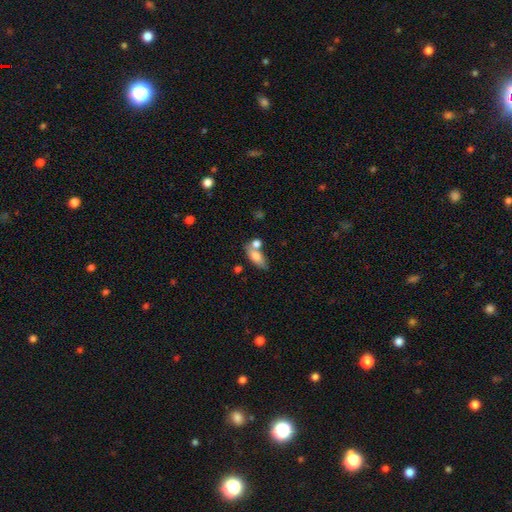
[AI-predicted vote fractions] This is likely a smooth galaxy (76%). How rounded: clearly in between (82%). Merging: possibly none (48%).